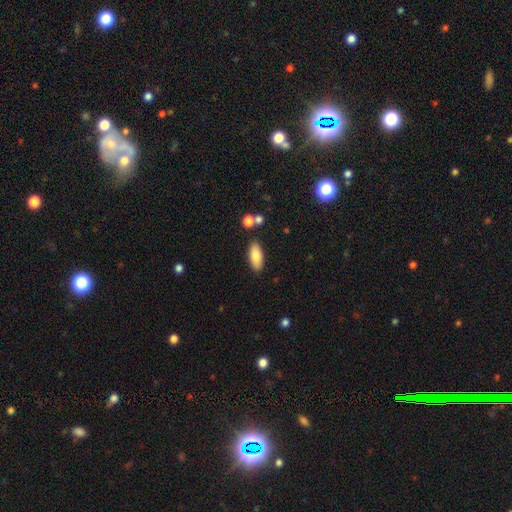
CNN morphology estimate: A smooth galaxy with no disk features (80%) that is in between round and cigar-shaped (83%). Merging: none (84%).